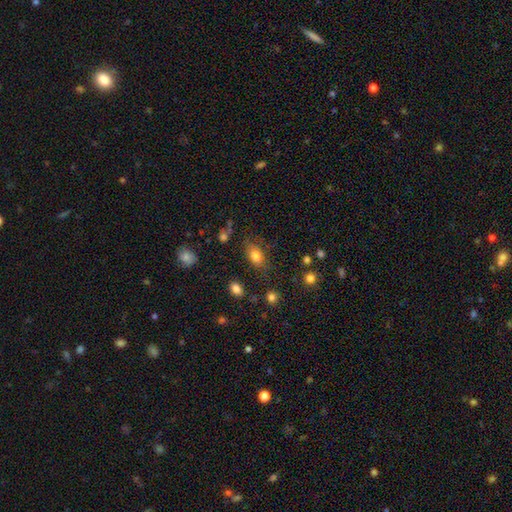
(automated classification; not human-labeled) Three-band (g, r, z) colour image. It shows a smooth galaxy with no disk features (80%) that is in between round and cigar-shaped (82%). Merging: none (73%).